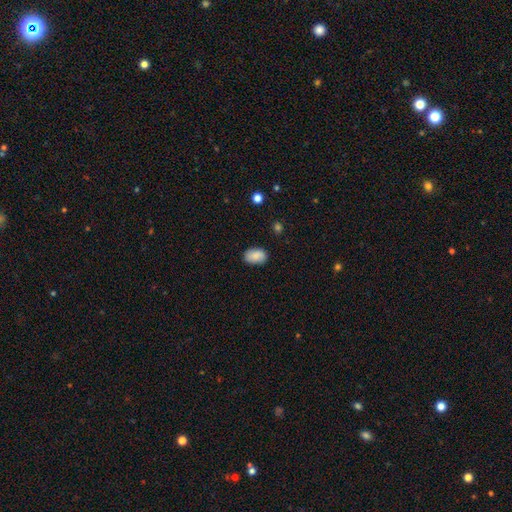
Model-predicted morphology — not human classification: The model was most divided on "merging": none: 82%, minor disturbance: 14%, major disturbance: 3%, merger: 1%. More confident: how rounded — in between (89%); smooth or featured — smooth (86%).